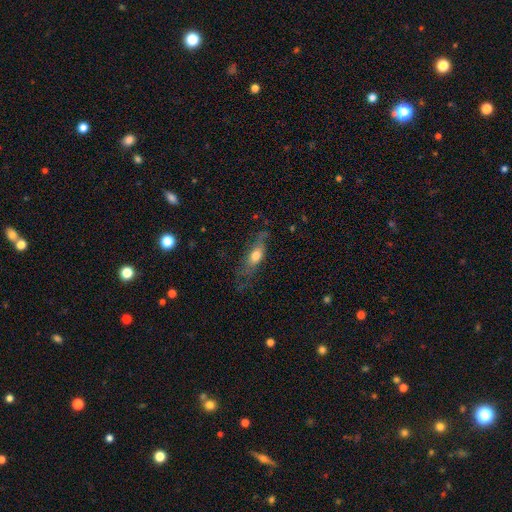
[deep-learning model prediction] smooth-or-featured: smooth: 62% | featured or disk: 30% | star or artifact: 8%
  how-rounded: in between: 58% | cigar-shaped: 38% | round: 4%
  merging: none: 52% | minor disturbance: 28% | major disturbance: 18% | merger: 2%